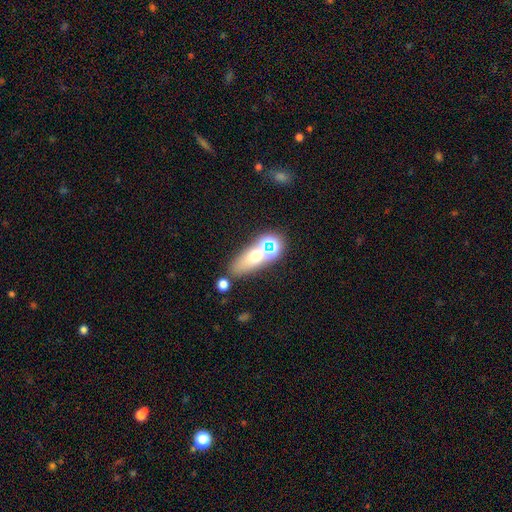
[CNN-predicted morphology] Smooth or featured: smooth — 55% (star or artifact — 24%)
How rounded: in between — 63% (round — 23%)
Merging: none — 59% (merger — 23%)